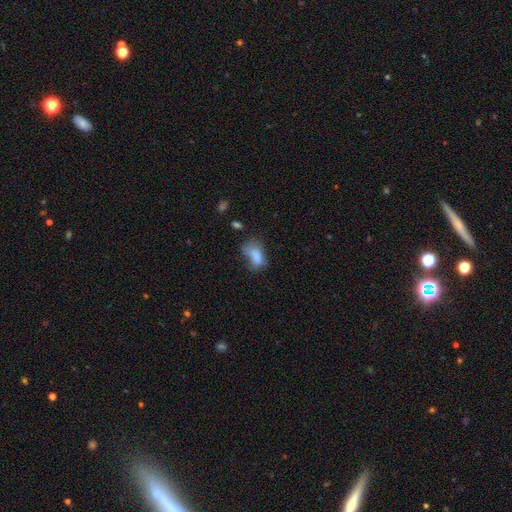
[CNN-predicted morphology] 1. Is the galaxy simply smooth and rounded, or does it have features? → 76% smooth, 13% featured or disk, 11% star or artifact.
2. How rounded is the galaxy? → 89% in between, 8% round, 3% cigar-shaped.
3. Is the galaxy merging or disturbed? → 31% none, 30% minor disturbance, 29% major disturbance, 10% merger.